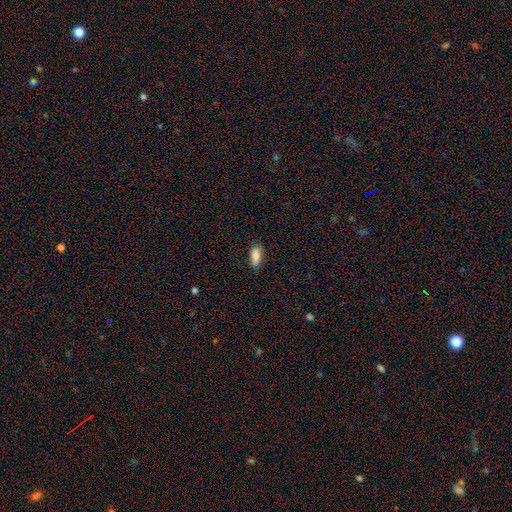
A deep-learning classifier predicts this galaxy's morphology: Q: Smooth or featured?
A: smooth (85%); runner-up: star or artifact (8%)
Q: How rounded?
A: in between (80%); runner-up: cigar-shaped (17%)
Q: Merging?
A: none (76%); runner-up: minor disturbance (19%)